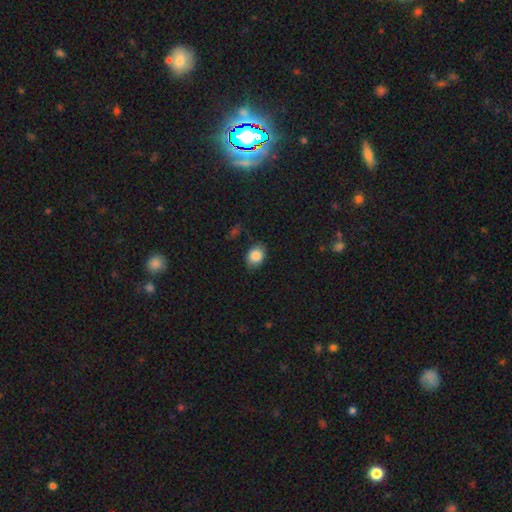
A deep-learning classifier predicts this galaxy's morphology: Smooth or featured: smooth — 86% (star or artifact — 8%)
How rounded: in between — 67% (round — 32%)
Merging: none — 79% (minor disturbance — 16%)